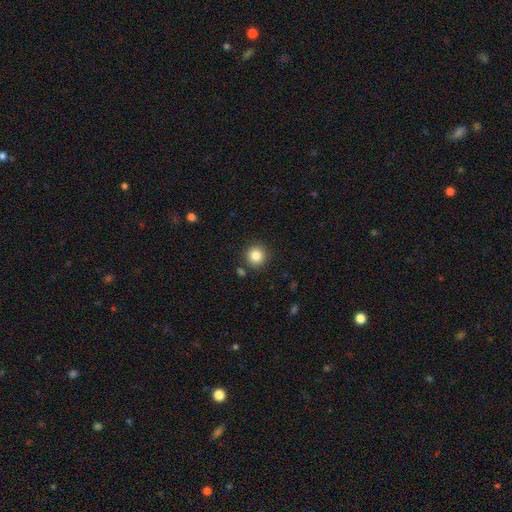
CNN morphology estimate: Smooth or featured? Predicted: smooth (p=0.84). How rounded? Predicted: round (p=0.93). Merging? Predicted: none (p=0.87).